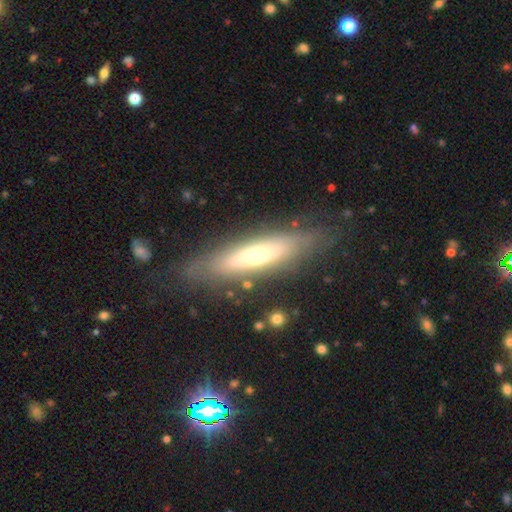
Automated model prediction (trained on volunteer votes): A featured or disk galaxy (50%) viewed edge-on (61%).

Vote fractions:
- Smooth or featured? featured or disk: 50% / smooth: 43% / star or artifact: 7%
- Edge-on disk? yes: 61% / no: 39%
- Merging? none: 76% / minor disturbance: 15% / major disturbance: 6% / merger: 2%